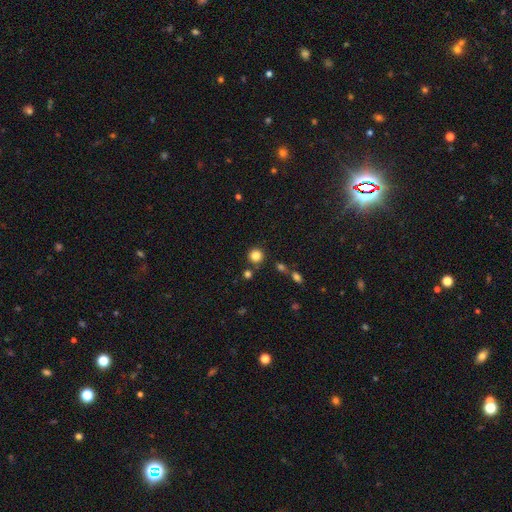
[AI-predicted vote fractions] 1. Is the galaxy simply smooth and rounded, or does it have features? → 83% smooth, 12% star or artifact, 5% featured or disk.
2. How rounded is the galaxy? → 92% round, 7% in between, 1% cigar-shaped.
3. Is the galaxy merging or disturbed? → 82% none, 8% minor disturbance, 7% merger, 3% major disturbance.